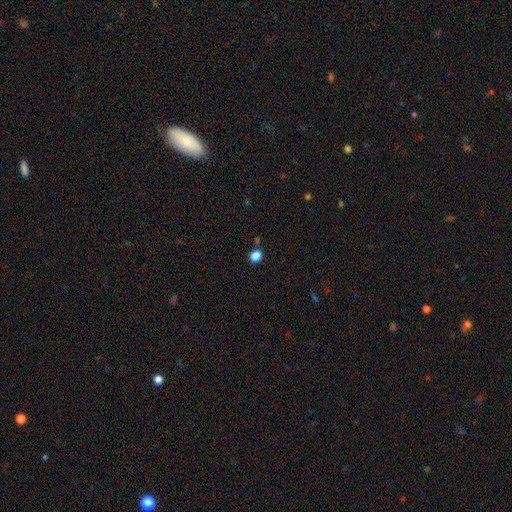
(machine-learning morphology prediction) This appears to be a smooth galaxy with no disk features (84%) that is round (75%). Merging: none (81%).